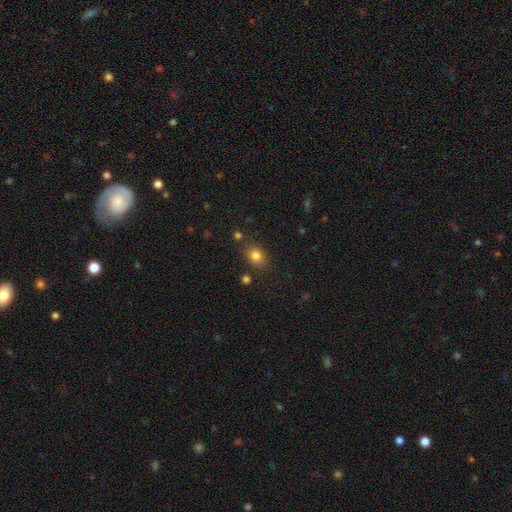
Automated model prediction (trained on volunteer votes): Smooth or featured?
  - smooth: 81% *
  - star or artifact: 12%
  - featured or disk: 7%
How rounded?
  - in between: 62% *
  - round: 37%
  - cigar-shaped: 1%
Merging?
  - none: 80% *
  - minor disturbance: 12%
  - merger: 5%
  - major disturbance: 4%